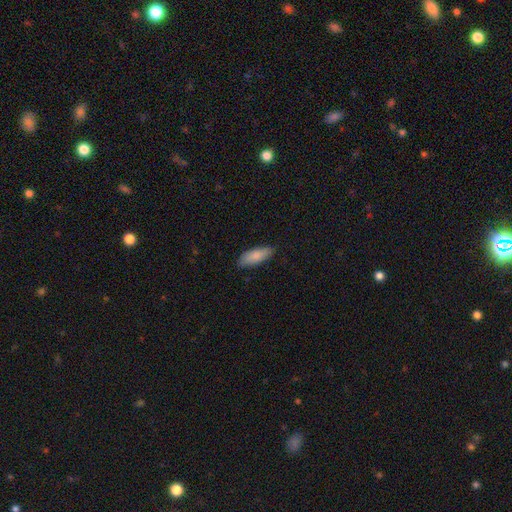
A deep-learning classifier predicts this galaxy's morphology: Overall: smooth (85%). How rounded: in between (70%). Merging: none (83%).